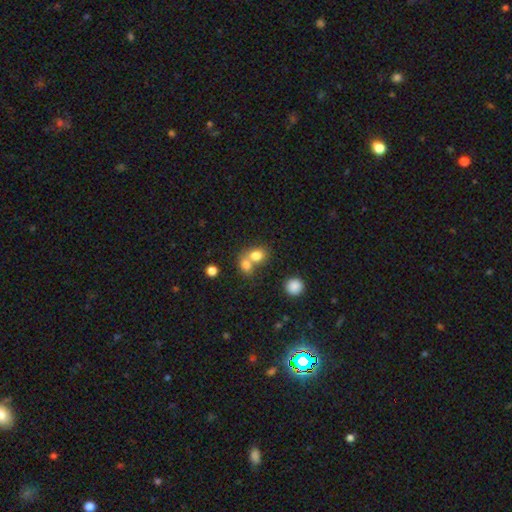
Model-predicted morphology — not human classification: Smooth or featured?
  - smooth: 77% *
  - featured or disk: 12%
  - star or artifact: 11%
How rounded?
  - round: 52% *
  - in between: 47%
  - cigar-shaped: 1%
Merging?
  - merger: 58% *
  - none: 32%
  - minor disturbance: 7%
  - major disturbance: 3%